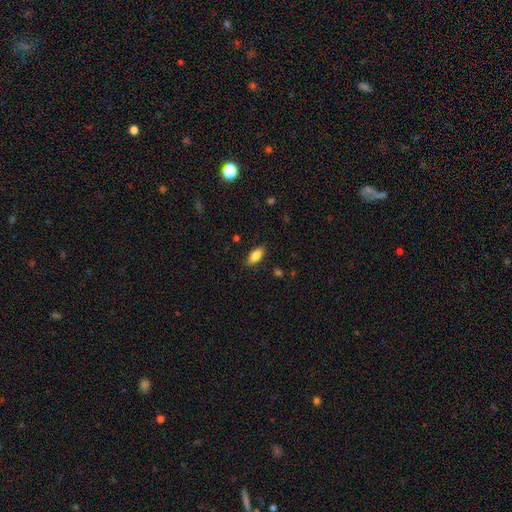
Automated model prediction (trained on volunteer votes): This is clearly a smooth galaxy (83%). How rounded: clearly in between (88%). Merging: clearly none (84%).